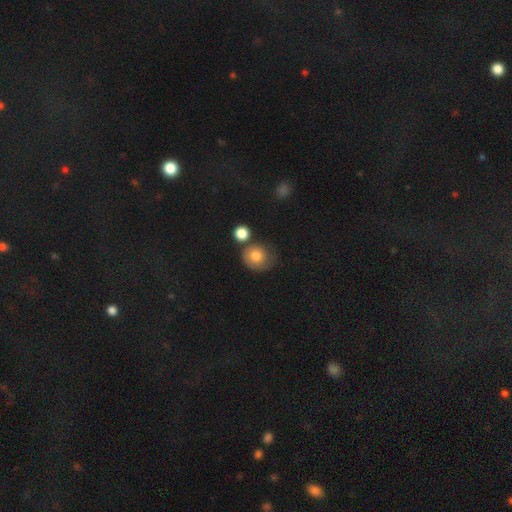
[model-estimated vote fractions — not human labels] This appears to be a smooth galaxy with no disk features (73%) that is round (80%). Merging: none (52%).